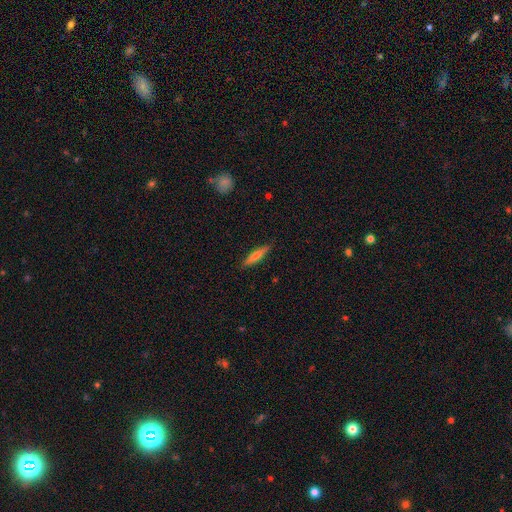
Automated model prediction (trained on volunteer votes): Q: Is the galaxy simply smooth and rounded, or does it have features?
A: smooth — 61%.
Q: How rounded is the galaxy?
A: cigar-shaped — 88%.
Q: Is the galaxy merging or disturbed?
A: none — 89%.